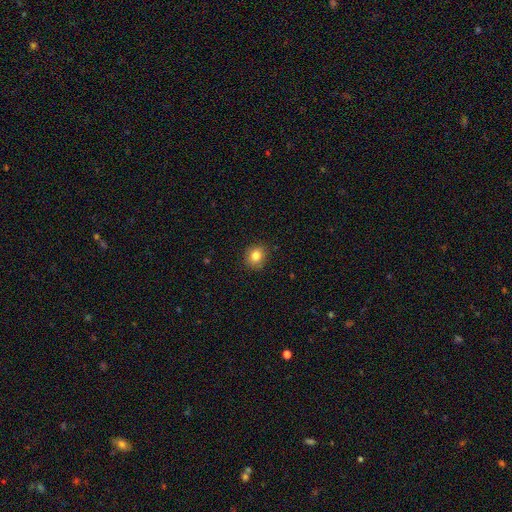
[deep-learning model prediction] This appears to be a smooth galaxy with no disk features (83%) that is round (75%). Merging: none (86%).